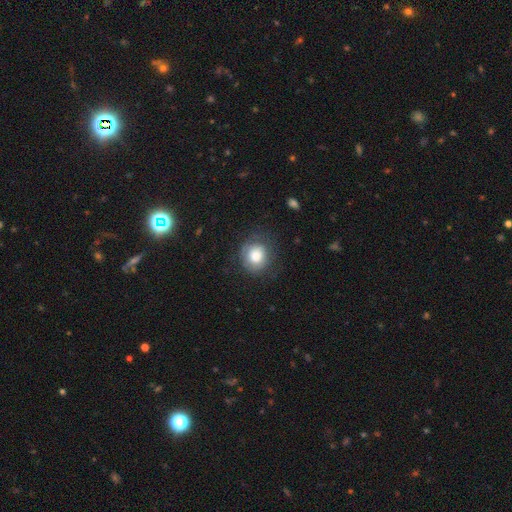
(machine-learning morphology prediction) Overall: smooth (77%). How rounded: round (82%). Merging: none (71%).